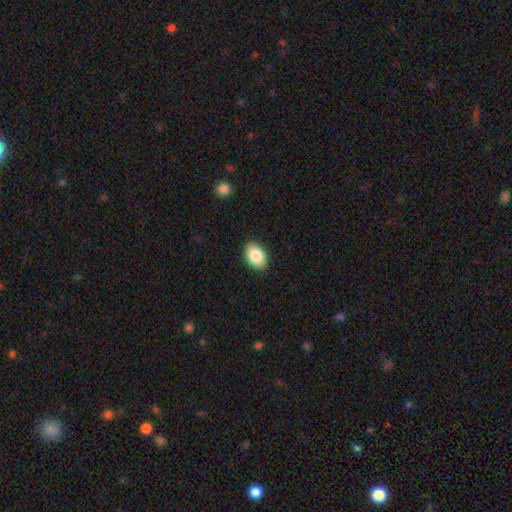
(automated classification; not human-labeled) Smooth or featured: smooth — 86% (featured or disk — 7%)
How rounded: in between — 90% (round — 9%)
Merging: none — 88% (minor disturbance — 9%)